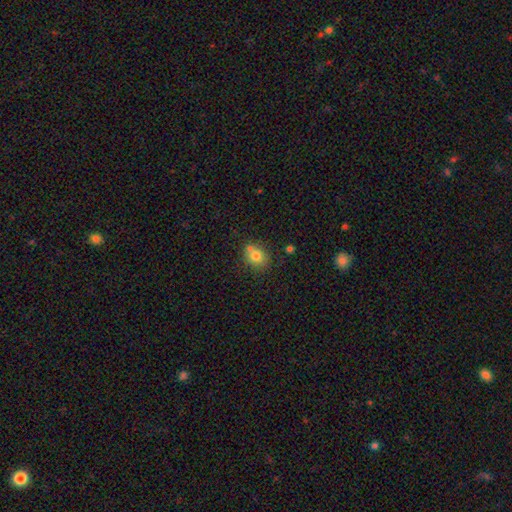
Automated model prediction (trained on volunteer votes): Morphology: type=smooth (78%); roundness=round (72%); merging=none (64%).